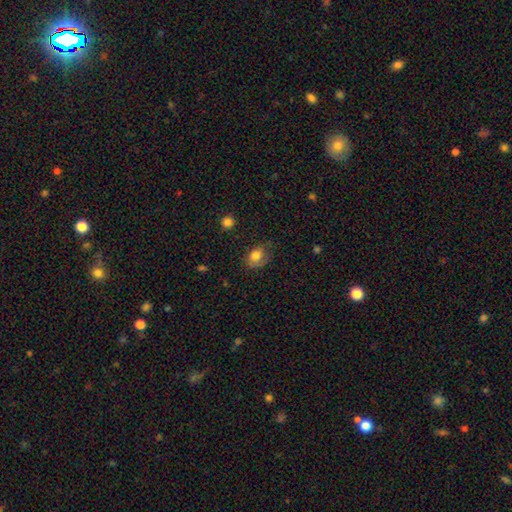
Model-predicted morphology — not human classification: smooth 73%, featured or disk 18%, star or artifact 9%. Down the decision tree: how rounded — in between (70%); merging — none (52%).